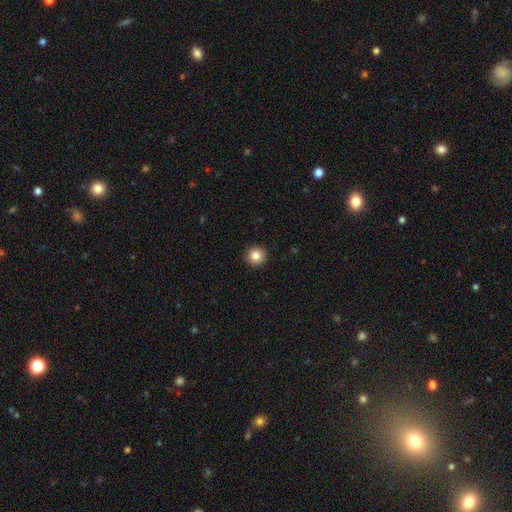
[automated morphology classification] Smooth or featured? Predicted: smooth (p=0.85). How rounded? Predicted: round (p=0.95). Merging? Predicted: none (p=0.93).